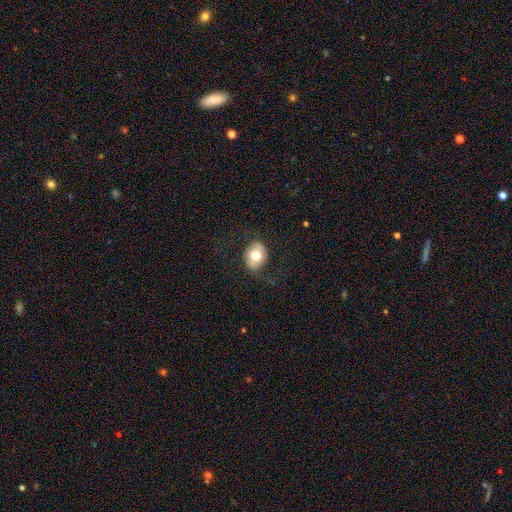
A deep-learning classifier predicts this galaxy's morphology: A smooth galaxy with no disk features (65%) that is in between round and cigar-shaped (57%). Merging: none (77%).